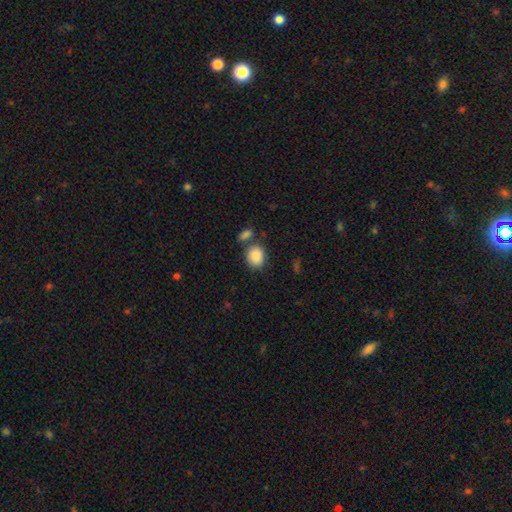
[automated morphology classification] Smooth or featured? smooth (88%)
How rounded? round (55%)
Merging? none (65%)